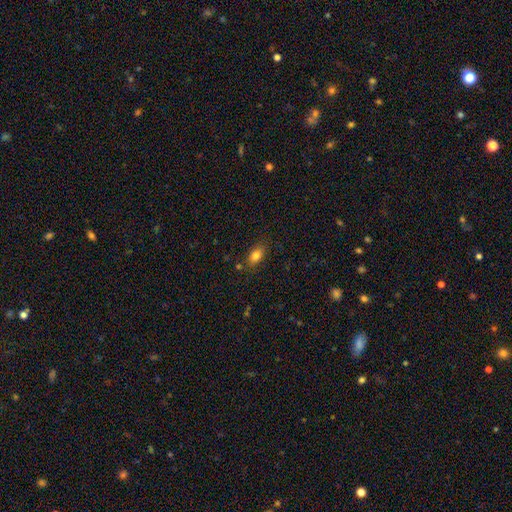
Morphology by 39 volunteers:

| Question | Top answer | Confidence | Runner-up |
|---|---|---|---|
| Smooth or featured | smooth | 69% | featured or disk (21%) |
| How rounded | in between | 89% | cigar-shaped (7%) |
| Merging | none | 77% | minor disturbance (17%) |